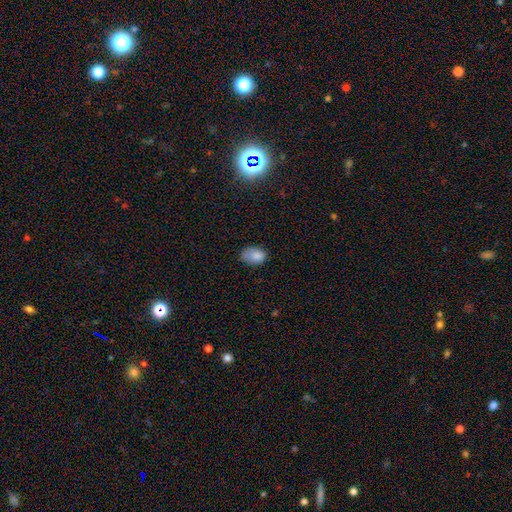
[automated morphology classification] smooth 83%, star or artifact 10%, featured or disk 8%. Down the decision tree: how rounded — in between (80%); merging — none (57%).